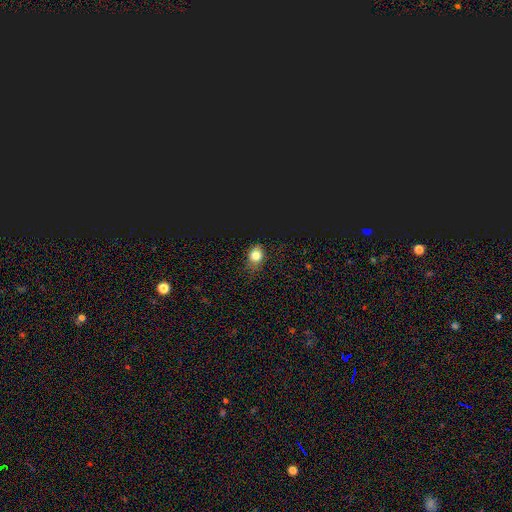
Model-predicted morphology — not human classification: type=smooth (73%); roundness=round (55%); merging=none (71%).